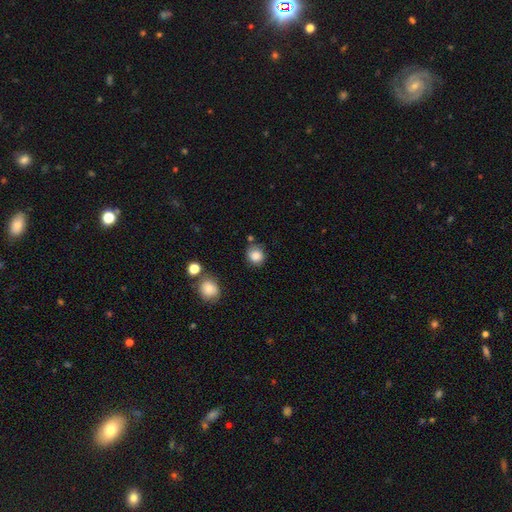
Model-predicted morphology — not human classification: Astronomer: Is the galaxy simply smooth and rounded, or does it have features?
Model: smooth — 84%.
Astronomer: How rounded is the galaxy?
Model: round — 85%.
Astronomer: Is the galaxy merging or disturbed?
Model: none — 76%.